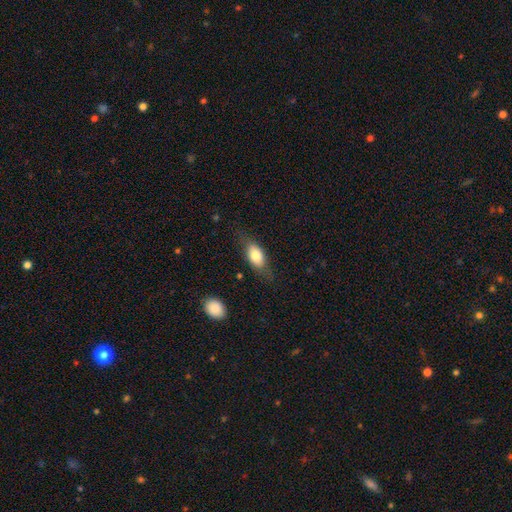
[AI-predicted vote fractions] The model was most divided on "merging": none: 71%, minor disturbance: 20%, major disturbance: 7%, merger: 2%. More confident: how rounded — in between (82%); smooth or featured — smooth (73%).